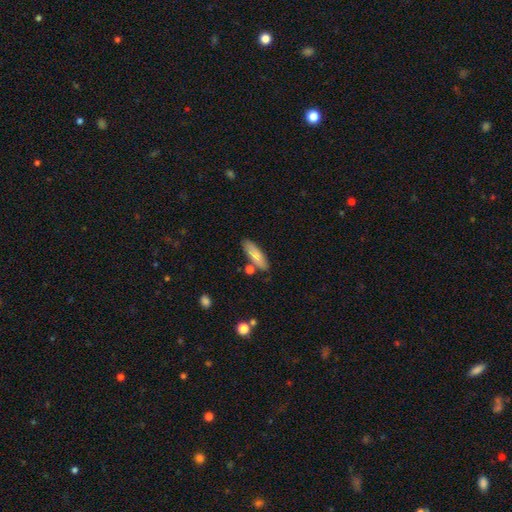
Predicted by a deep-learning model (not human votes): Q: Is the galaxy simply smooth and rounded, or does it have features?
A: smooth — 79%.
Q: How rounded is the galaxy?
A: cigar-shaped — 50%.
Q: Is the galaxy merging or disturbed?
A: none — 76%.